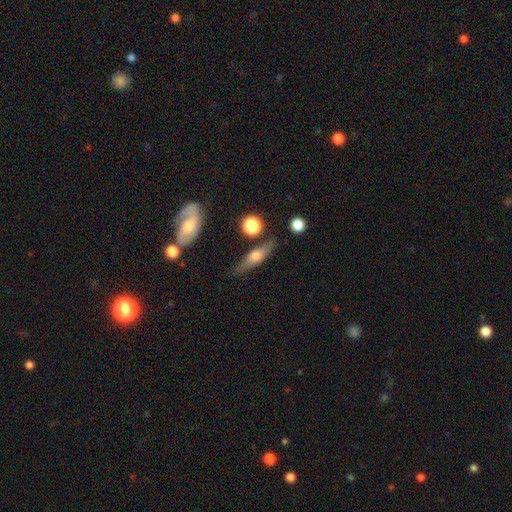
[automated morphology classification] Overall: featured or disk (56%; smooth 37%). Edge-on disk: yes (91%). Edge-on bulge: rounded (89%). Merging: none (79%).